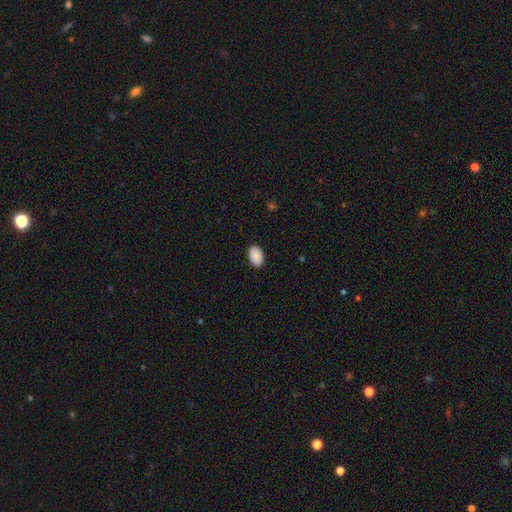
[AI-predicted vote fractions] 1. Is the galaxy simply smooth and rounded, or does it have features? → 91% smooth, 7% star or artifact, 2% featured or disk.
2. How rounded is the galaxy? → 91% in between, 8% round, 1% cigar-shaped.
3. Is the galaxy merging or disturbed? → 89% none, 8% minor disturbance, 2% major disturbance, 1% merger.